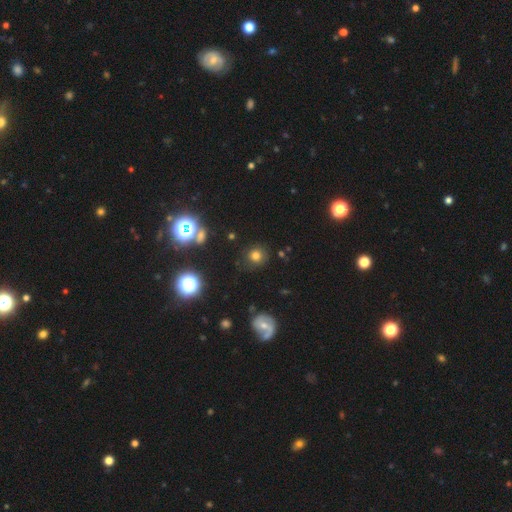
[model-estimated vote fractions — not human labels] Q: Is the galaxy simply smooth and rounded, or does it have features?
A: smooth — 68%.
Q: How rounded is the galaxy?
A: round — 90%.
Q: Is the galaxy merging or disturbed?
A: none — 86%.